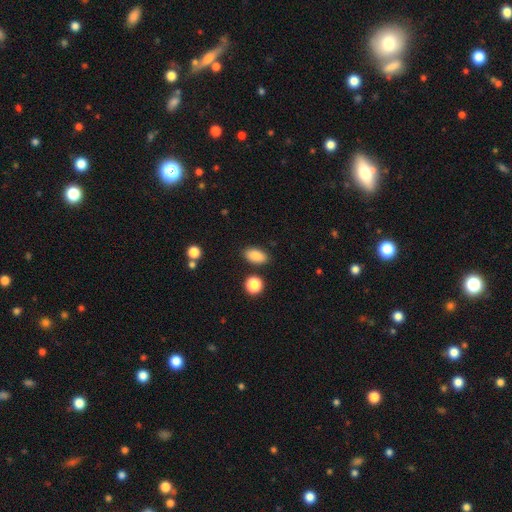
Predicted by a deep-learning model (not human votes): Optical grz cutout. It shows a smooth galaxy with no disk features (86%) that is in between round and cigar-shaped (90%). Merging: none (86%).